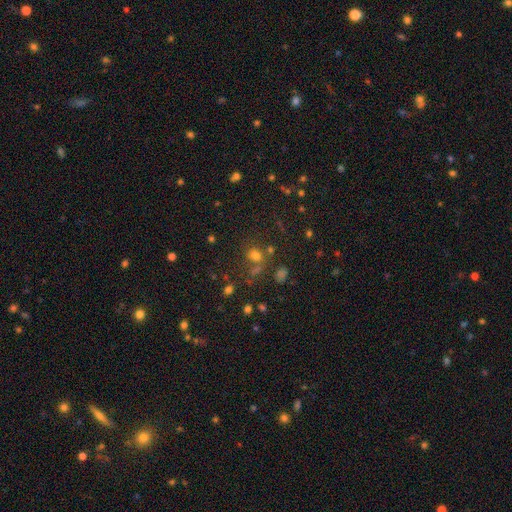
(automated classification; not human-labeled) A smooth galaxy with no disk features (62%) that is round (65%). Merging: none (62%).